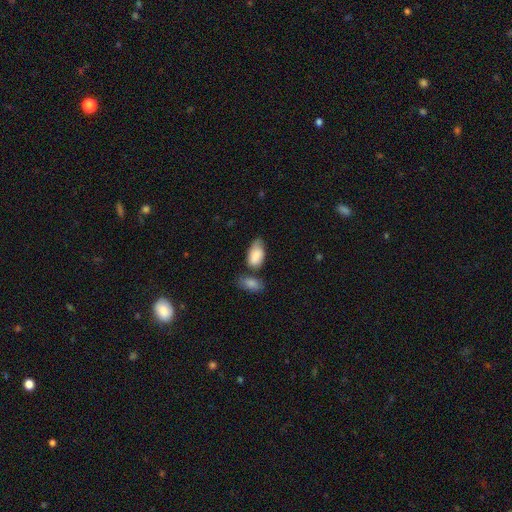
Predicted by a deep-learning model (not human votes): Overall: smooth (83%). How rounded: in between (94%). Merging: none (41%; minor disturbance 28%).